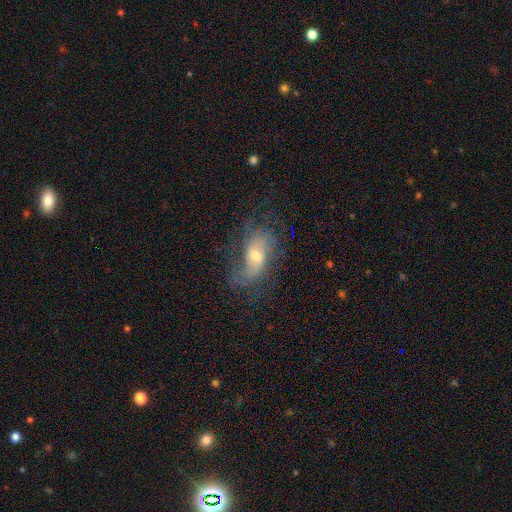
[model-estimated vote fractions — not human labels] This is likely a featured or disk galaxy (69%). It is clearly not viewed edge-on (93%). Bar: possibly no (53%). Spiral arm pattern: clearly yes (85%). Spiral arm count: possibly 2 (51%). Spiral winding: possibly loose (50%). Central bulge: possibly moderate (59%). Merging: possibly none (54%).